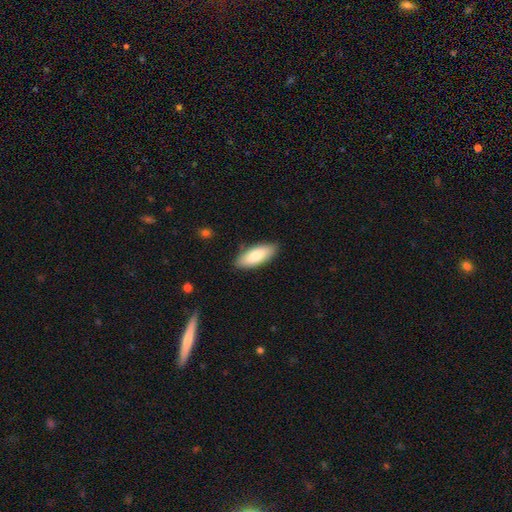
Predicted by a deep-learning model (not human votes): smooth-or-featured: smooth: 80% | featured or disk: 14% | star or artifact: 6%
  how-rounded: in between: 77% | cigar-shaped: 21% | round: 2%
  merging: none: 86% | minor disturbance: 11% | major disturbance: 2% | merger: 1%